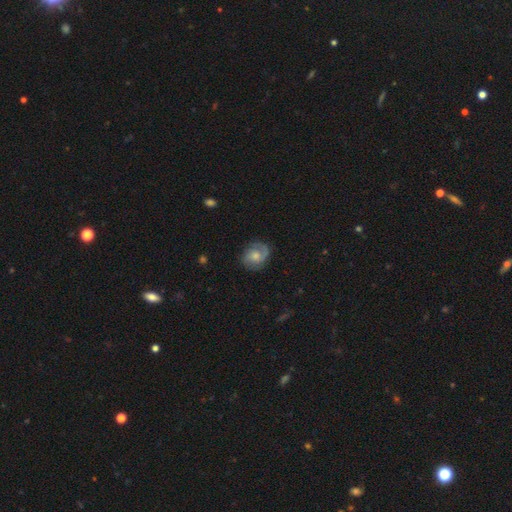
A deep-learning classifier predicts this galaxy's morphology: Smooth or featured?
  - featured or disk: 70% *
  - smooth: 24%
  - star or artifact: 7%
Edge-on disk?
  - no: 97% *
  - yes: 3%
Bar?
  - no: 67% *
  - weak: 30%
  - strong: 4%
Spiral arms?
  - yes: 92% *
  - no: 8%
Spiral winding?
  - medium: 43% *
  - tight: 42%
  - loose: 16%
Spiral arm count?
  - 2: 72% *
  - 1: 12%
  - can't tell: 10%
  - 3: 3%
  - 4: 1%
  - more than 4: 1%
Bulge size?
  - moderate: 54% *
  - small: 34%
  - large: 6%
  - none: 5%
  - dominant: 1%
Merging?
  - none: 77% *
  - minor disturbance: 16%
  - major disturbance: 5%
  - merger: 1%